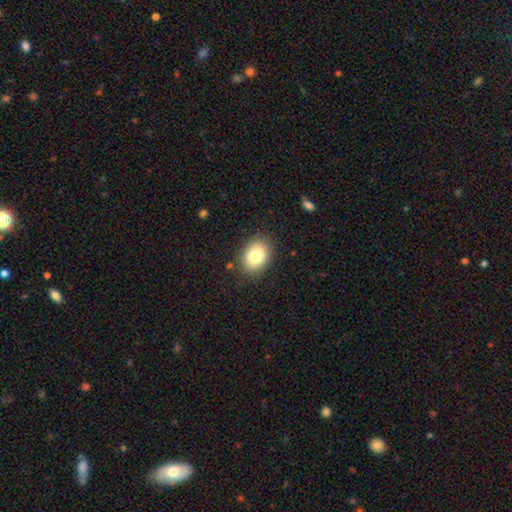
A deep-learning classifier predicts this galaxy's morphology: Q: Smooth or featured?
A: smooth (81%); runner-up: featured or disk (11%)
Q: How rounded?
A: in between (67%); runner-up: round (32%)
Q: Merging?
A: none (86%); runner-up: minor disturbance (10%)